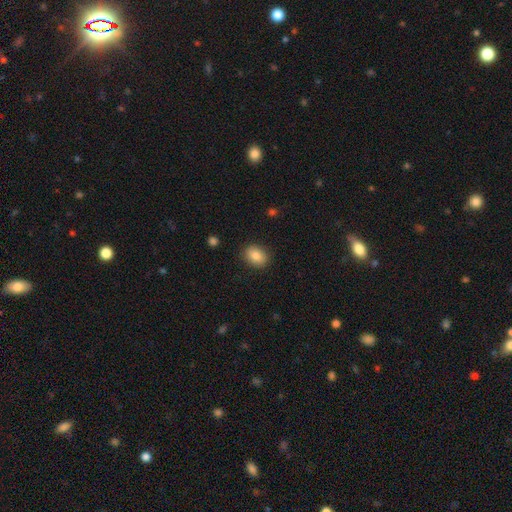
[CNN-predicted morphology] Smooth or featured? Predicted: smooth (p=0.84). How rounded? Predicted: in between (p=0.61). Merging? Predicted: none (p=0.87).